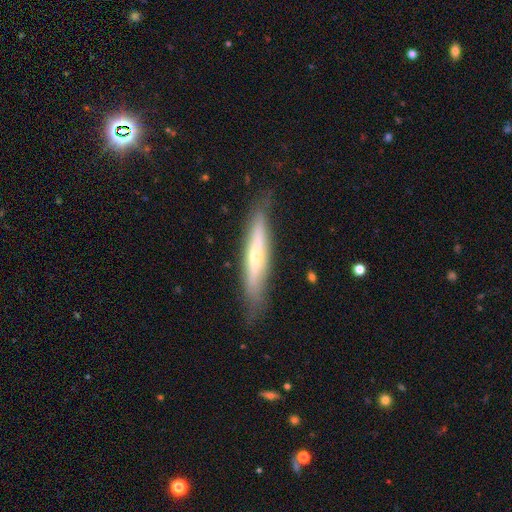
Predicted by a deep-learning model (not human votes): This is possibly a featured or disk galaxy (57%). It is clearly viewed edge-on (86%). Merging: clearly none (81%).